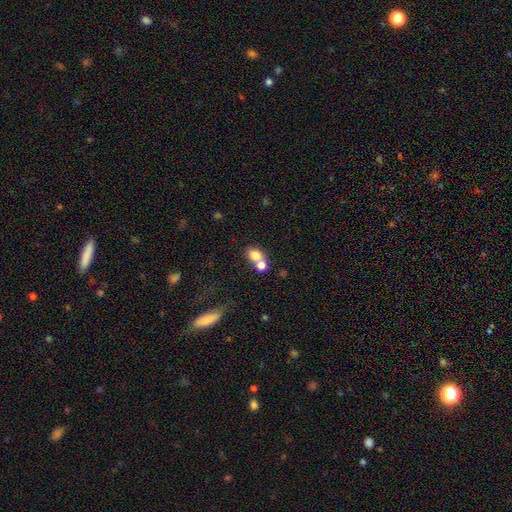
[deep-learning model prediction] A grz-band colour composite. It shows a smooth galaxy with no disk features (77%) that is in between round and cigar-shaped (50%). Merging: merger (54%).